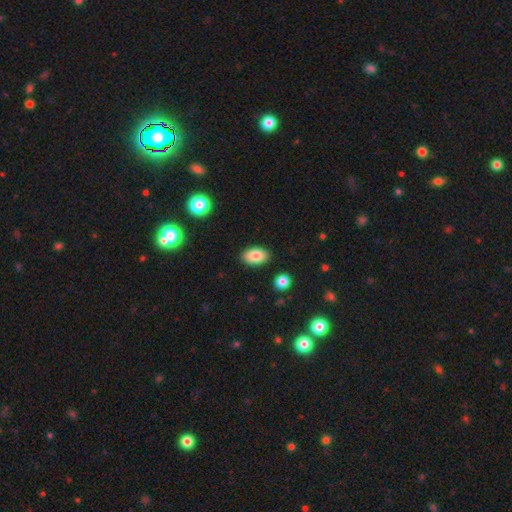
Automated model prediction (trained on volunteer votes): smooth 84%, star or artifact 8%, featured or disk 8%. Down the decision tree: how rounded — in between (92%); merging — none (87%).